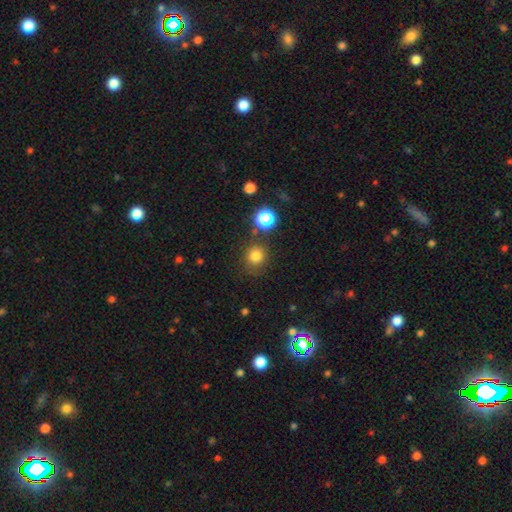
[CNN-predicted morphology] smooth_or_featured: smooth (p=0.80) [alt: star or artifact p=0.14]
how_rounded: round (p=0.88) [alt: in between p=0.11]
merging: none (p=0.79) [alt: minor disturbance p=0.11]